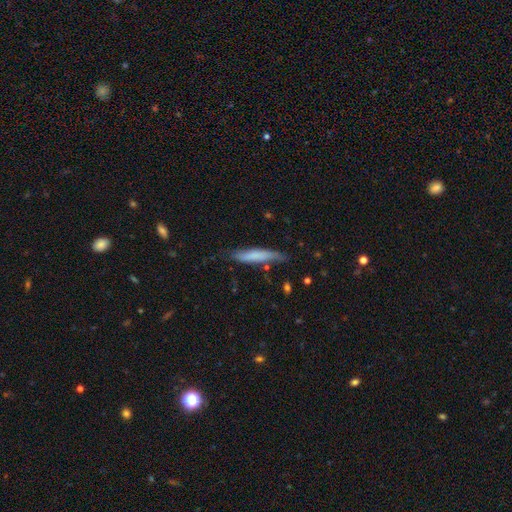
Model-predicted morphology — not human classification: A smooth galaxy with no disk features (70%) that is cigar-shaped (88%). Merging: none (67%).